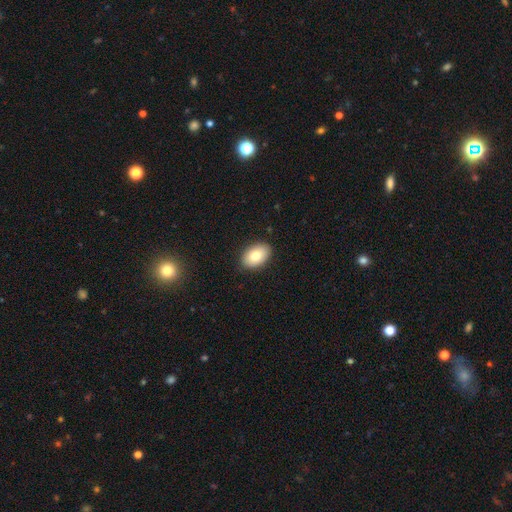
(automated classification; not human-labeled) Smooth or featured? smooth (78%)
How rounded? in between (88%)
Merging? none (88%)